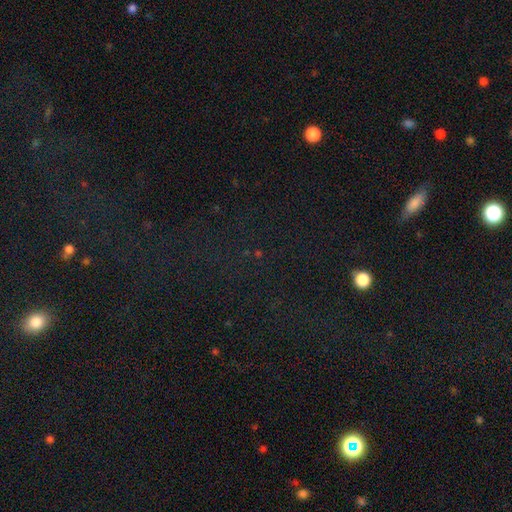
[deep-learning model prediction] Smooth or featured? Predicted: star or artifact (p=0.69).